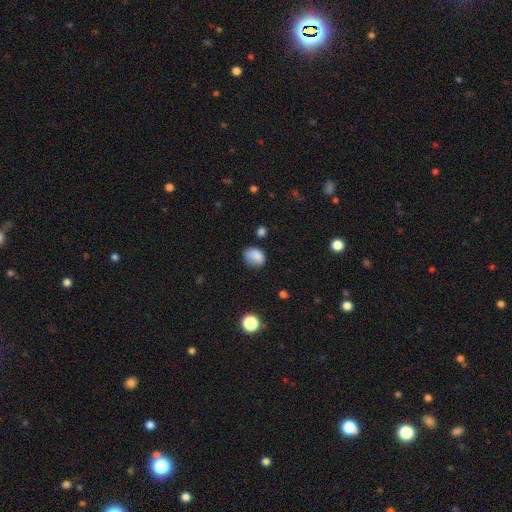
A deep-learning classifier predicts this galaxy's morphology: type=smooth (83%); roundness=in between (54%); merging=none (60%).